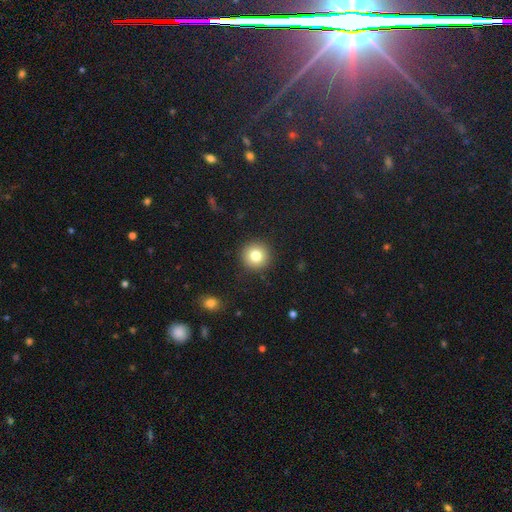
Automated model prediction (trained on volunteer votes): Smooth or featured? smooth (79%)
How rounded? round (95%)
Merging? none (91%)